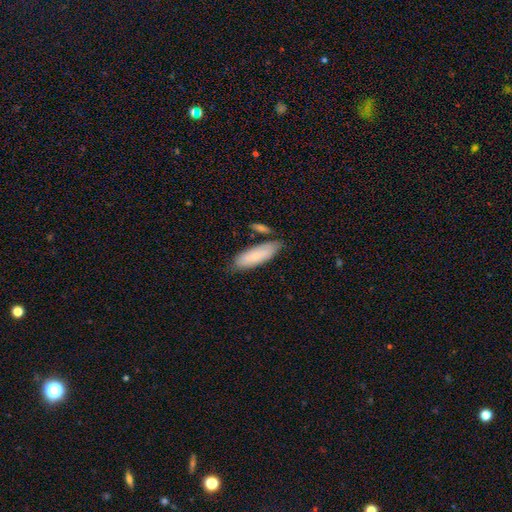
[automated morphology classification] Smooth or featured? Predicted: smooth (p=0.75). How rounded? Predicted: in between (p=0.60). Merging? Predicted: none (p=0.72).